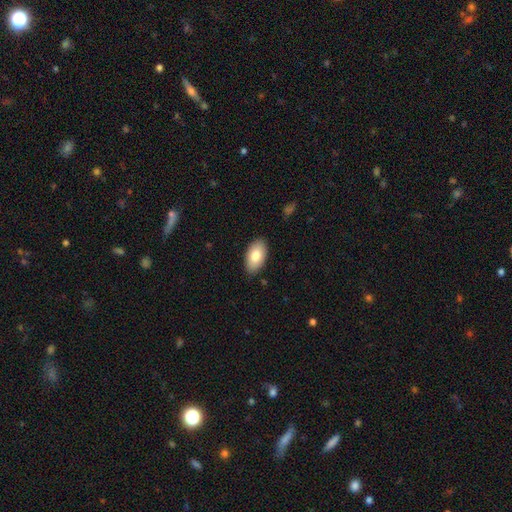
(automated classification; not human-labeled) smooth_or_featured: smooth (p=0.79) [alt: featured or disk p=0.15]
how_rounded: in between (p=0.95) [alt: round p=0.03]
merging: none (p=0.87) [alt: minor disturbance p=0.10]